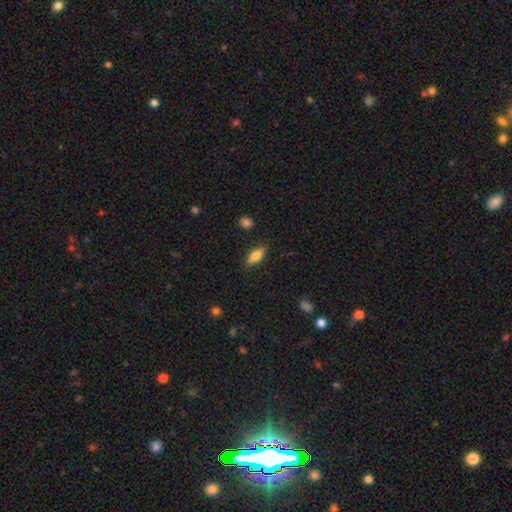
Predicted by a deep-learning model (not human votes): Smooth or featured? smooth (80%)
How rounded? in between (78%)
Merging? none (86%)